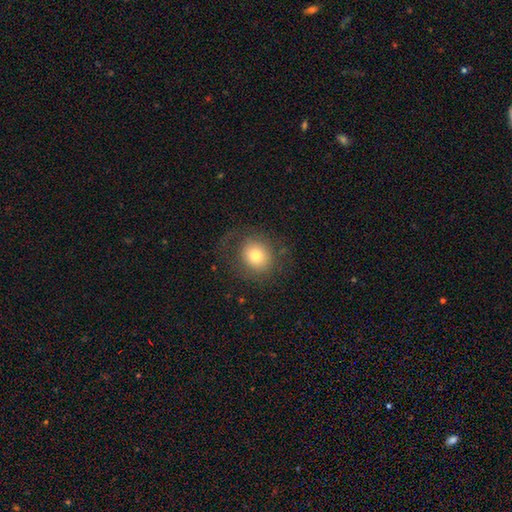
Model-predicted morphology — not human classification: Q: Smooth or featured?
A: smooth (71%); runner-up: featured or disk (18%)
Q: How rounded?
A: round (79%); runner-up: in between (20%)
Q: Merging?
A: none (71%); runner-up: minor disturbance (14%)